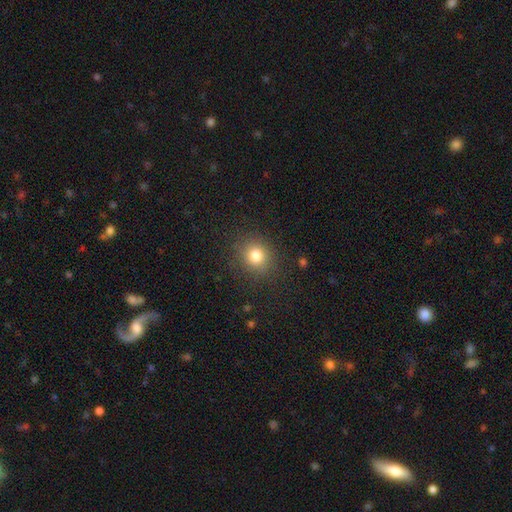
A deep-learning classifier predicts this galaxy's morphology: This appears to be a smooth galaxy with no disk features (80%) that is round (84%). Merging: none (87%).